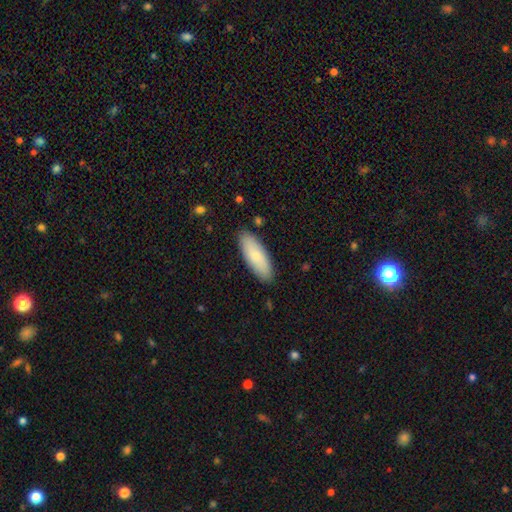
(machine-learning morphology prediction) type=smooth (77%); roundness=in between (67%); merging=none (87%).